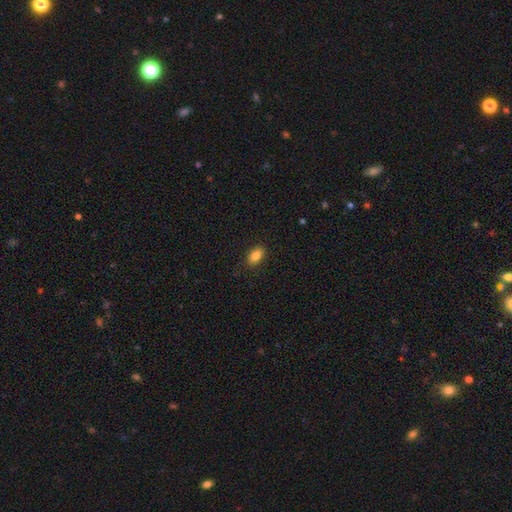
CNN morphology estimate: A smooth galaxy with no disk features (85%) that is in between round and cigar-shaped (88%). Merging: none (88%).